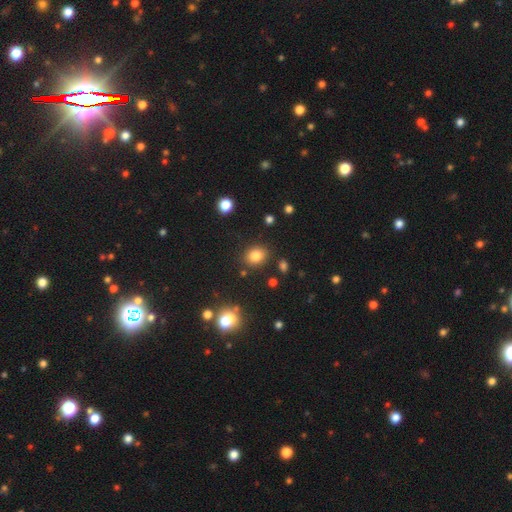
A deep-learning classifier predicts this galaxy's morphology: smooth_or_featured: smooth (p=0.82) [alt: star or artifact p=0.12]
how_rounded: round (p=0.53) [alt: in between p=0.46]
merging: none (p=0.85) [alt: minor disturbance p=0.09]